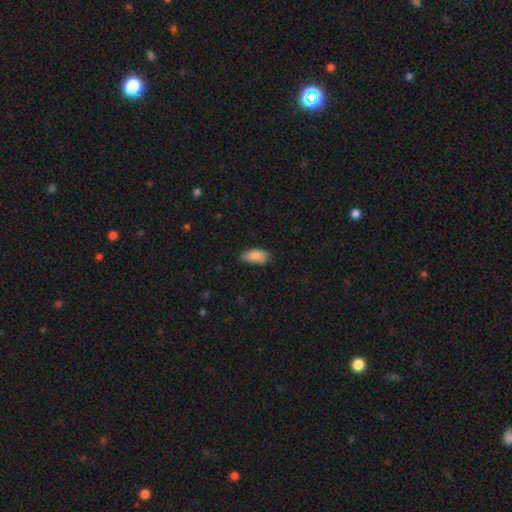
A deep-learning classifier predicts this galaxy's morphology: Q: Smooth or featured?
A: smooth (87%); runner-up: star or artifact (7%)
Q: How rounded?
A: in between (91%); runner-up: cigar-shaped (7%)
Q: Merging?
A: none (67%); runner-up: minor disturbance (27%)